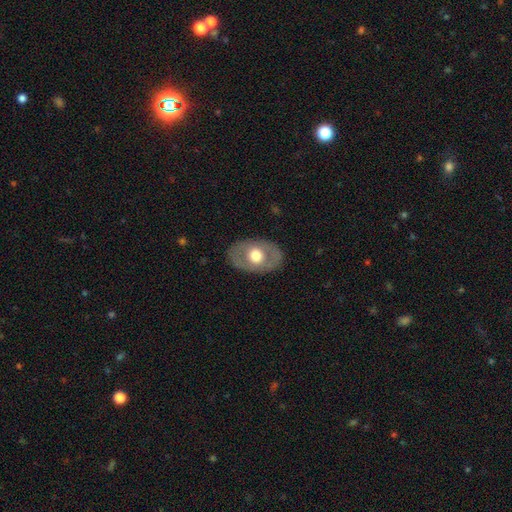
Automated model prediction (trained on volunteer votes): Smooth or featured: smooth — 48% (featured or disk — 47%)
Merging: none — 83% (minor disturbance — 11%)